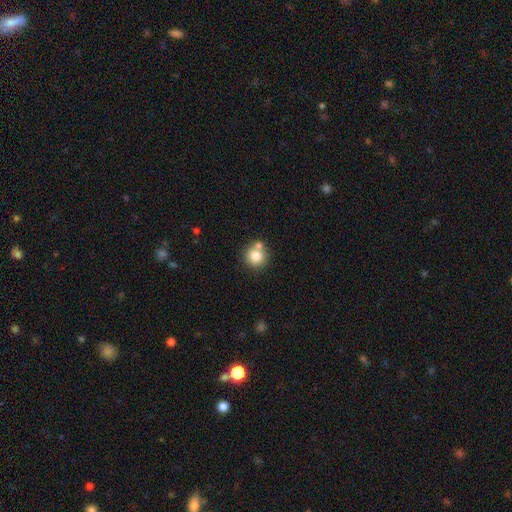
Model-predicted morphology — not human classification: smooth_or_featured: smooth (p=0.80) [alt: star or artifact p=0.11]
how_rounded: round (p=0.92) [alt: in between p=0.07]
merging: none (p=0.66) [alt: merger p=0.22]